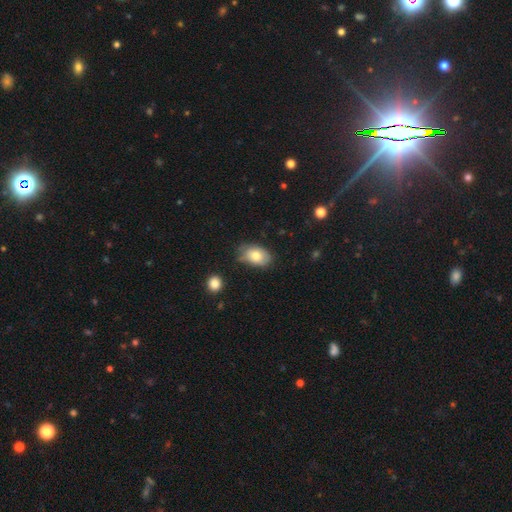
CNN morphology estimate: Smooth or featured?
  - smooth: 76% *
  - featured or disk: 16%
  - star or artifact: 8%
How rounded?
  - in between: 87% *
  - round: 12%
  - cigar-shaped: 1%
Merging?
  - none: 65% *
  - minor disturbance: 27%
  - major disturbance: 6%
  - merger: 3%